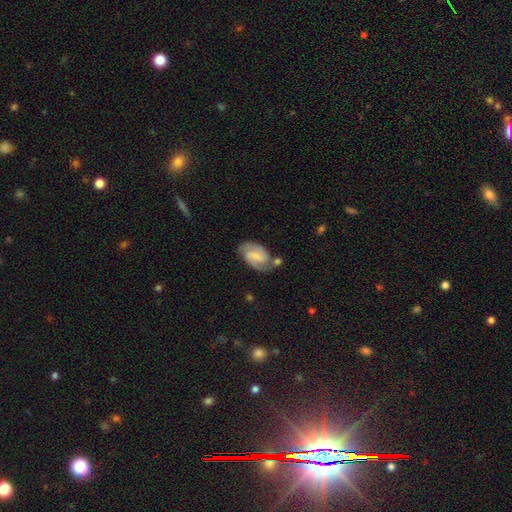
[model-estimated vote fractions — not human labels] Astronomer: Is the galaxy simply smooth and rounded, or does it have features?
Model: featured or disk — 74%.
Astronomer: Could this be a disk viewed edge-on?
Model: no — 97%.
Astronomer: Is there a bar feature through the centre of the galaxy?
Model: weak — 46% (runner-up: strong, 30%).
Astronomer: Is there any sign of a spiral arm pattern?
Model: yes — 94%.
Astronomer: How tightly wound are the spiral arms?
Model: medium — 48% (runner-up: tight, 36%).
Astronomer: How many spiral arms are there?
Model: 2 — 88%.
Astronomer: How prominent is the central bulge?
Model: none — 45% (runner-up: small, 31%).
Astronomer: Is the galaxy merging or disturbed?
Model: none — 65%.